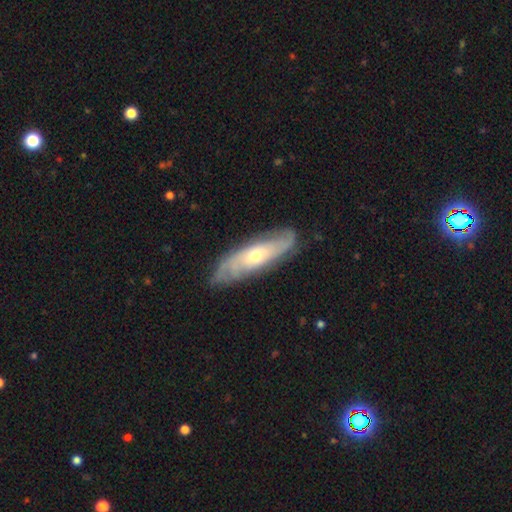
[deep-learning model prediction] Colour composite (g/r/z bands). It shows a featured or disk galaxy (77%) with no bar (71%), tight (52%) spiral arms (90%) and a moderate central bulge (53%). Merging: none (82%).